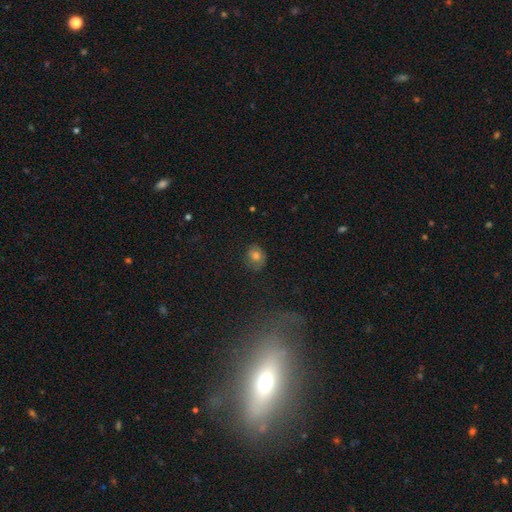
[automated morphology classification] Smooth or featured: smooth — 75% (star or artifact — 13%)
How rounded: round — 76% (in between — 23%)
Merging: none — 75% (minor disturbance — 18%)